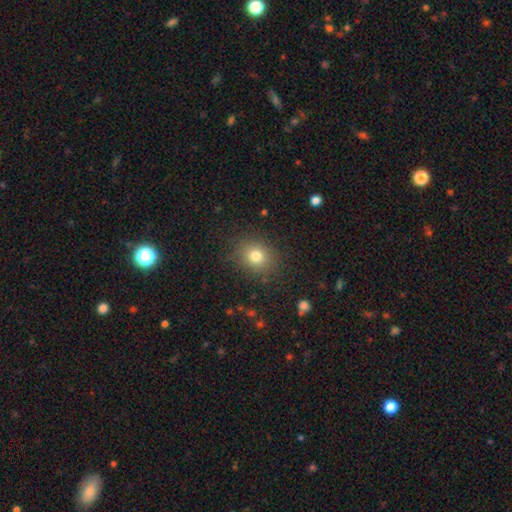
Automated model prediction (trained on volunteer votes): The model was most divided on "how rounded": round: 67%, in between: 32%, cigar-shaped: 1%. More confident: merging — none (85%); smooth or featured — smooth (77%).